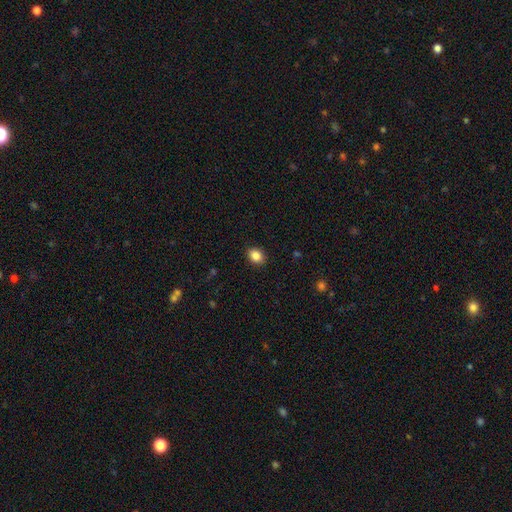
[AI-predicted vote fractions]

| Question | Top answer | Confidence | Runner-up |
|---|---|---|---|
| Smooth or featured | smooth | 86% | star or artifact (9%) |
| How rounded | in between | 61% | round (38%) |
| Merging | none | 89% | minor disturbance (8%) |